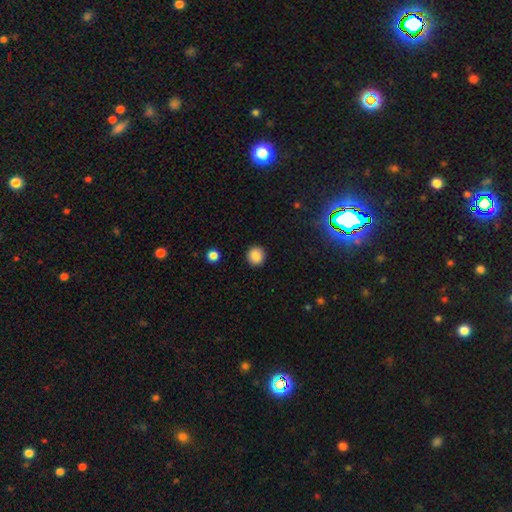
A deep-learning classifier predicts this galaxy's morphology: Smooth or featured? Predicted: smooth (p=0.87). How rounded? Predicted: round (p=0.90). Merging? Predicted: none (p=0.91).